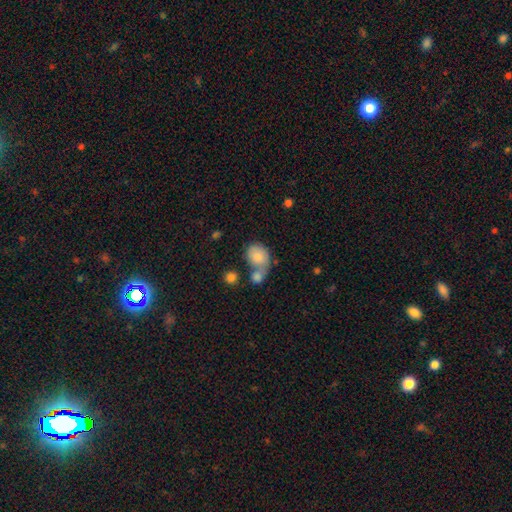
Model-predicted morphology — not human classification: type=smooth (73%); roundness=round (56%); merging=merger (43%).